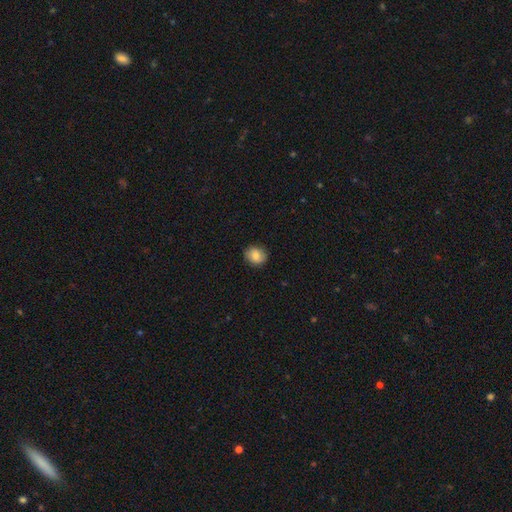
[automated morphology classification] A smooth galaxy with no disk features (83%) that is round (71%). Merging: none (87%).